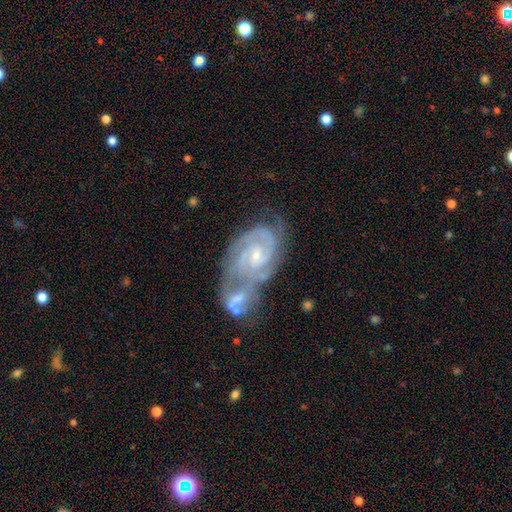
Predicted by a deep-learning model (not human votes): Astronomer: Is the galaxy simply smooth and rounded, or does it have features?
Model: featured or disk — 89%.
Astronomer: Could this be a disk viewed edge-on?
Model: no — 97%.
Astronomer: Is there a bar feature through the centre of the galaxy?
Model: no — 51% (runner-up: weak, 38%).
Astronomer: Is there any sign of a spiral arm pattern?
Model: yes — 97%.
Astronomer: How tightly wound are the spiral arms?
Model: tight — 62%.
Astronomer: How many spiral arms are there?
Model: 2 — 55%.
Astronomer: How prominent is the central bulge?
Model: small — 67%.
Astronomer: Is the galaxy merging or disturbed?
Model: merger — 61%.